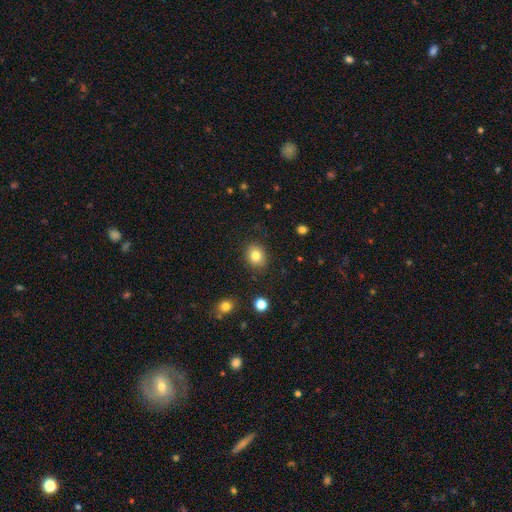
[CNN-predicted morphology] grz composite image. It shows a smooth galaxy with no disk features (82%) that is round (61%). Merging: none (87%).